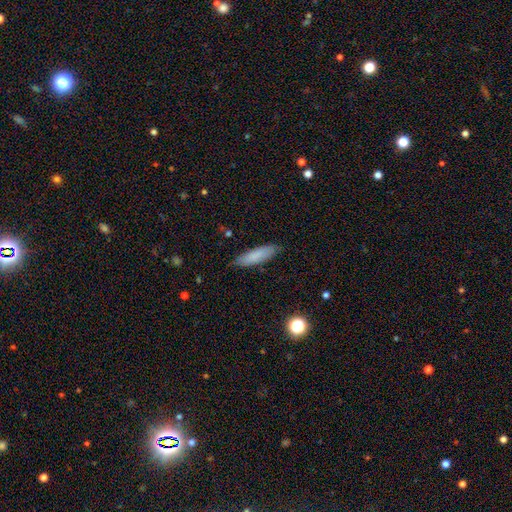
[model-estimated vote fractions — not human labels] Morphology: type=smooth (82%); roundness=cigar-shaped (69%); merging=none (85%).